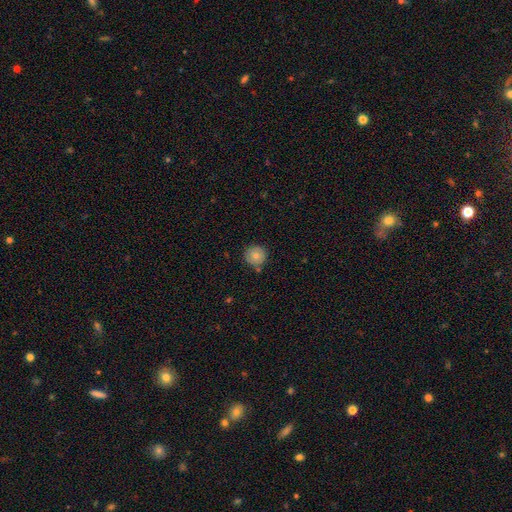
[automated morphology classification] A smooth galaxy with no disk features (77%) that is round (93%). Merging: none (80%).